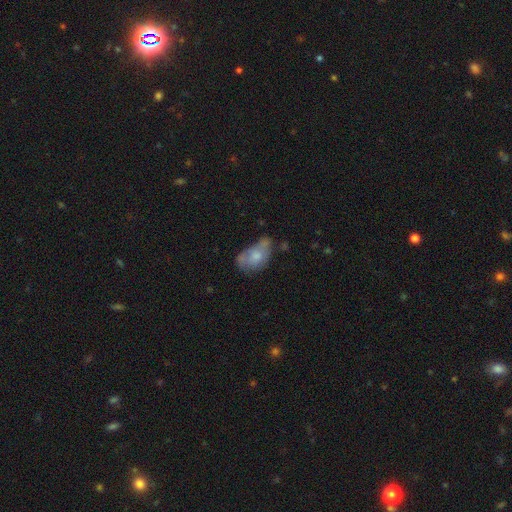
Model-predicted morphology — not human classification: A smooth galaxy with no disk features (62%) that is in between round and cigar-shaped (88%). Merging: minor disturbance (32%).